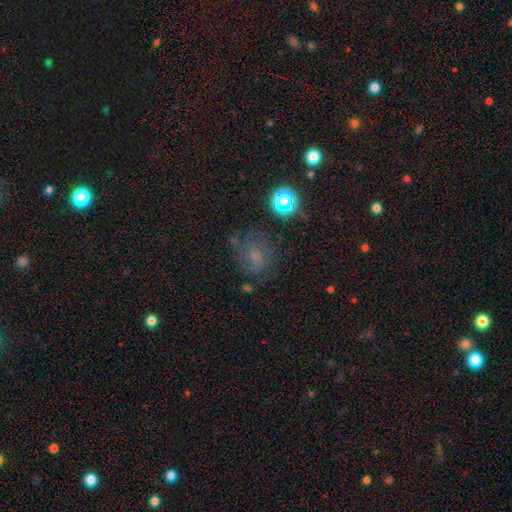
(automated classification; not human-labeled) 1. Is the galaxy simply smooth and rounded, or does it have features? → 47% smooth, 28% star or artifact, 26% featured or disk.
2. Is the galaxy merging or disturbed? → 60% none, 22% minor disturbance, 14% major disturbance, 4% merger.